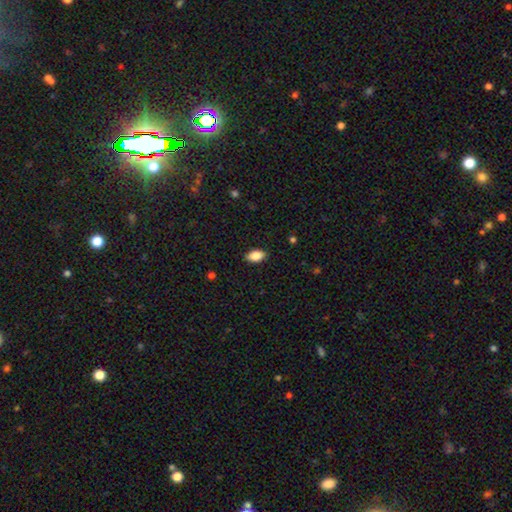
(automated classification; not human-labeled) Smooth or featured?
  - smooth: 85% *
  - featured or disk: 8%
  - star or artifact: 8%
How rounded?
  - in between: 91% *
  - round: 5%
  - cigar-shaped: 4%
Merging?
  - none: 88% *
  - minor disturbance: 9%
  - major disturbance: 2%
  - merger: 1%